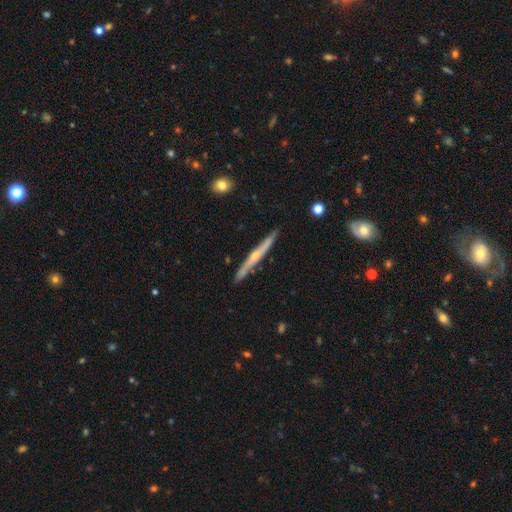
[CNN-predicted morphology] Smooth or featured: featured or disk — 71% (smooth — 24%)
Edge-on disk: yes — 96% (no — 4%)
Edge-on bulge: rounded — 65% (none — 31%)
Merging: none — 86% (minor disturbance — 11%)